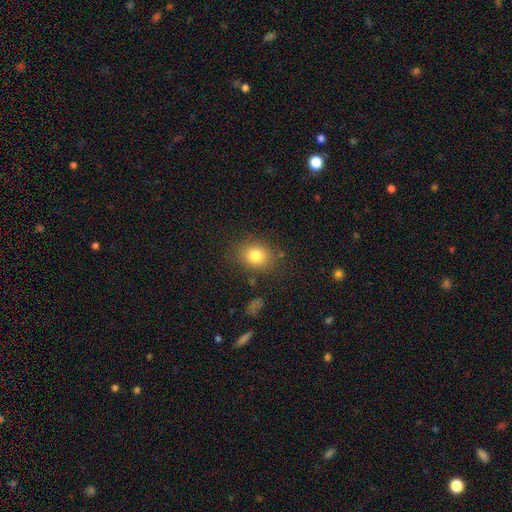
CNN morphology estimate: Smooth or featured? smooth (81%)
How rounded? round (52%)
Merging? none (80%)